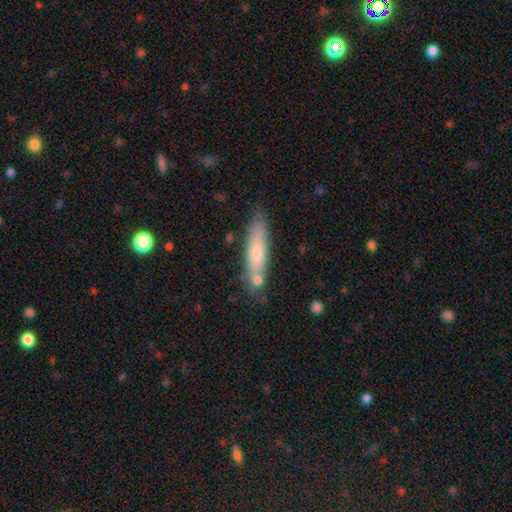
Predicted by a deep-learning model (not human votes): A smooth galaxy with no disk features (70%) that is cigar-shaped (75%). Merging: none (69%).